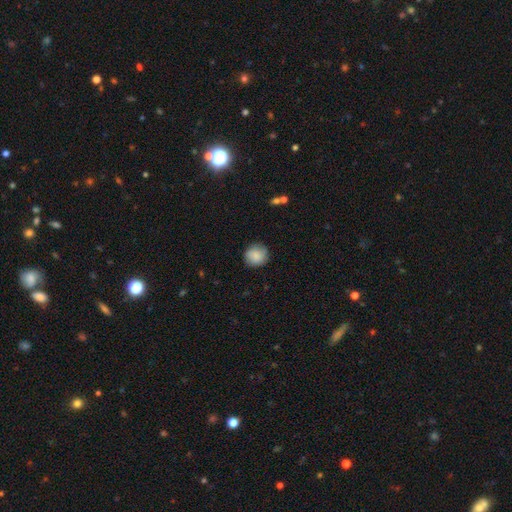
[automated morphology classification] A smooth galaxy with no disk features (85%) that is round (91%).

Vote fractions:
- Smooth or featured? smooth: 85% / featured or disk: 9% / star or artifact: 7%
- How rounded? round: 91% / in between: 8% / cigar-shaped: 1%
- Merging? none: 83% / minor disturbance: 13% / major disturbance: 3% / merger: 1%